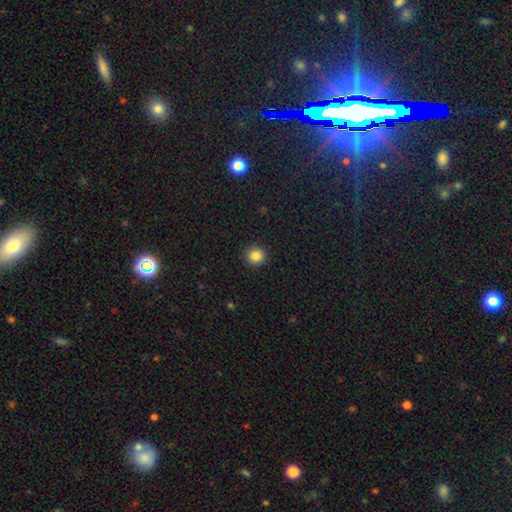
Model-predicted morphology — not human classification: Smooth or featured? Predicted: smooth (p=0.85). How rounded? Predicted: round (p=0.94). Merging? Predicted: none (p=0.92).